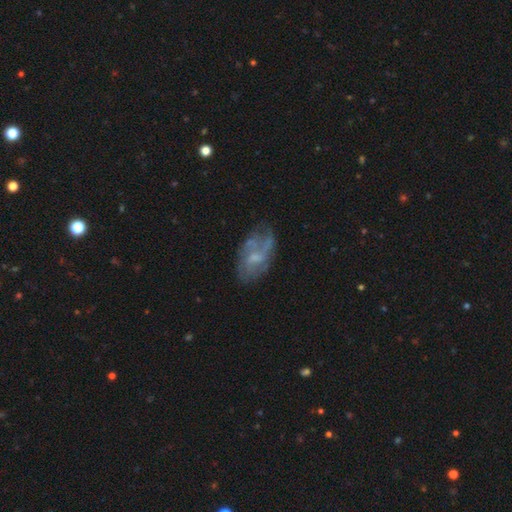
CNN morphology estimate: featured or disk 67%, smooth 24%, star or artifact 9%. Down the decision tree: edge-on disk — no (95%); bar — no (53%); spiral arms — yes (72%); bulge size — small (45%); merging — none (56%).